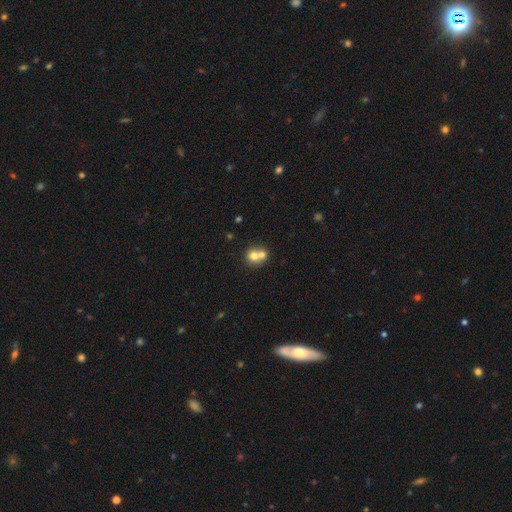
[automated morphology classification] This is likely a smooth galaxy (70%). How rounded: likely round (78%). Merging: likely merger (63%).